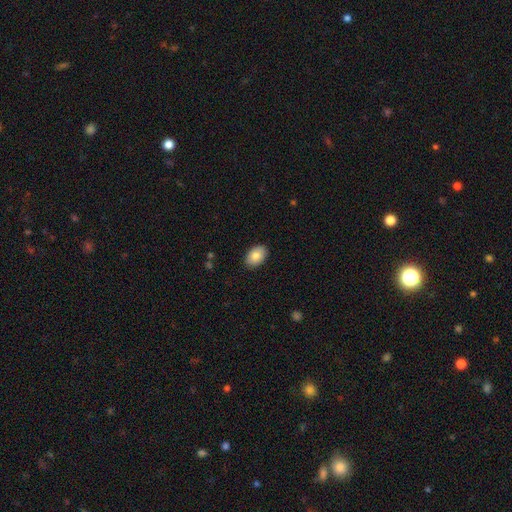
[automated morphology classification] Smooth or featured?
  - smooth: 83% *
  - featured or disk: 10%
  - star or artifact: 7%
How rounded?
  - in between: 87% *
  - round: 11%
  - cigar-shaped: 1%
Merging?
  - none: 89% *
  - minor disturbance: 8%
  - major disturbance: 2%
  - merger: 1%